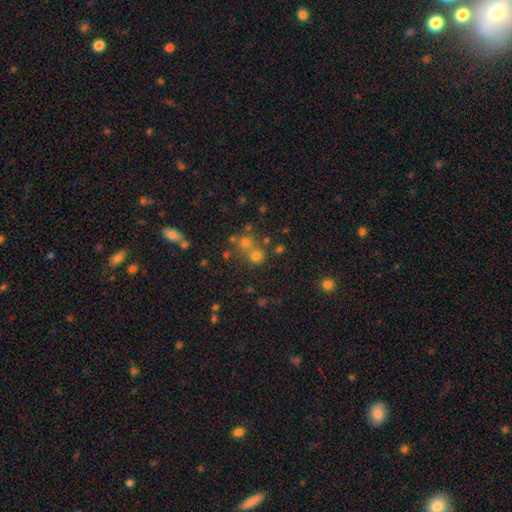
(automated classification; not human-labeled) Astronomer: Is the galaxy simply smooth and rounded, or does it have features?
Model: smooth — 63%.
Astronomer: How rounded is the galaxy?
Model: round — 87%.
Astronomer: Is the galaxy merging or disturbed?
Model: none — 52% (runner-up: merger, 38%).